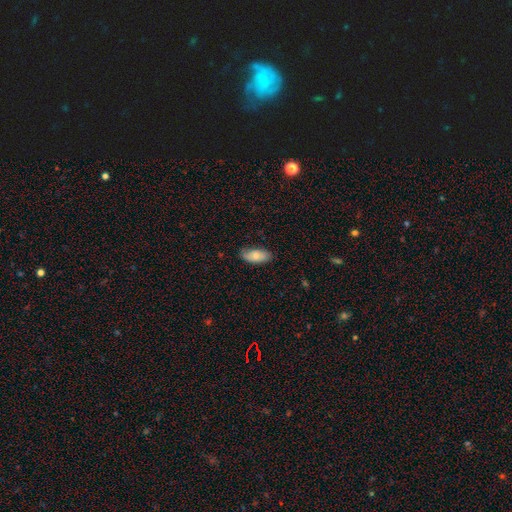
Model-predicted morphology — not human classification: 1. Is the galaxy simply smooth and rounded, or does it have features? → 75% smooth, 19% featured or disk, 6% star or artifact.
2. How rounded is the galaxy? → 89% in between, 9% cigar-shaped, 2% round.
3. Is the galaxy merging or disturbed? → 78% none, 18% minor disturbance, 3% major disturbance, 1% merger.